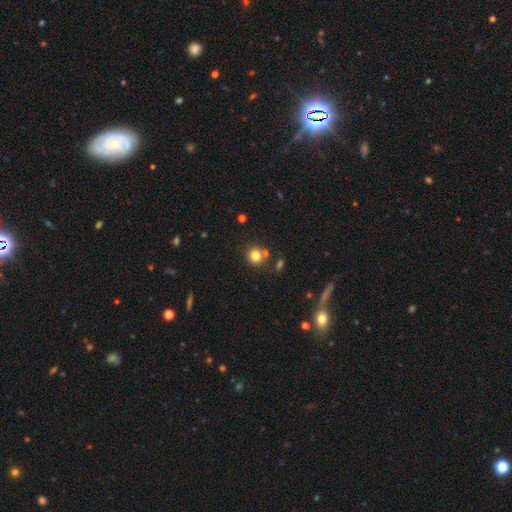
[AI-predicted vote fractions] smooth 79%, star or artifact 12%, featured or disk 8%. Down the decision tree: how rounded — round (86%); merging — none (70%).